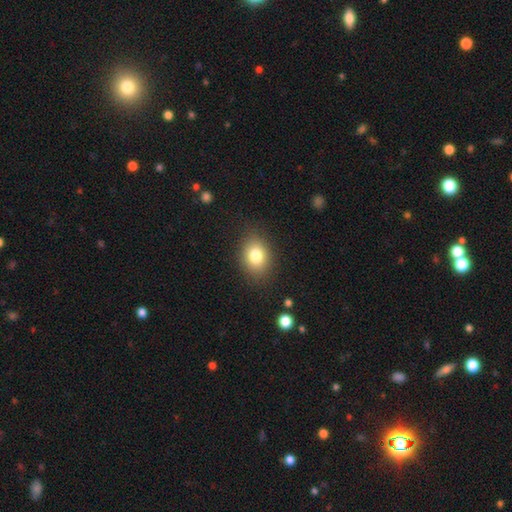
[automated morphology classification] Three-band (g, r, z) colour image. It shows a smooth galaxy with no disk features (80%) that is in between round and cigar-shaped (60%). Merging: none (84%).